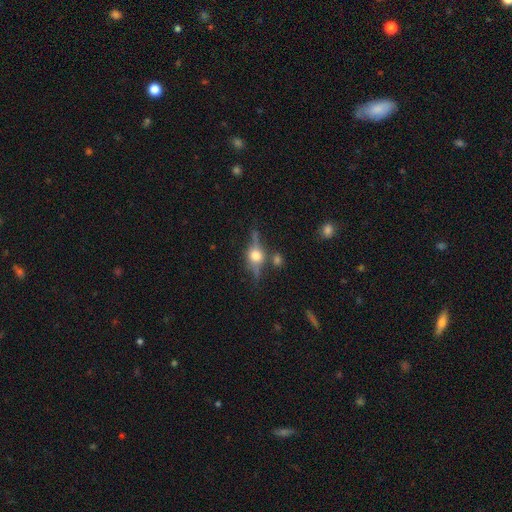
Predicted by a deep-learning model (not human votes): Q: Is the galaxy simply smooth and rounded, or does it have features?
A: featured or disk — 70%.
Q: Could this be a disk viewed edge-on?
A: yes — 93%.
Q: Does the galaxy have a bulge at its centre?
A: rounded — 95%.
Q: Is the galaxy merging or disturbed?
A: none — 76%.